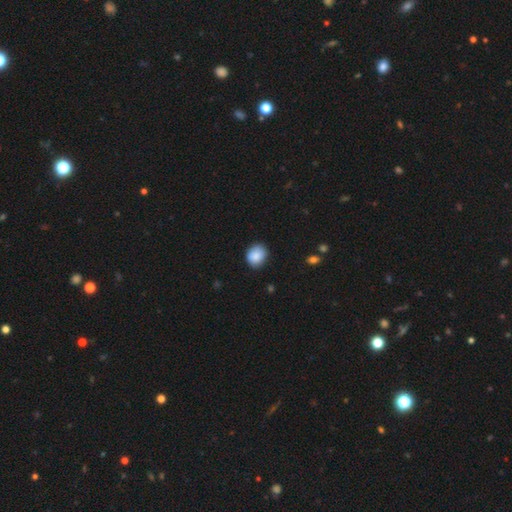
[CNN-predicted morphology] Overall: smooth (87%). How rounded: round (67%; in between 32%). Merging: none (81%).